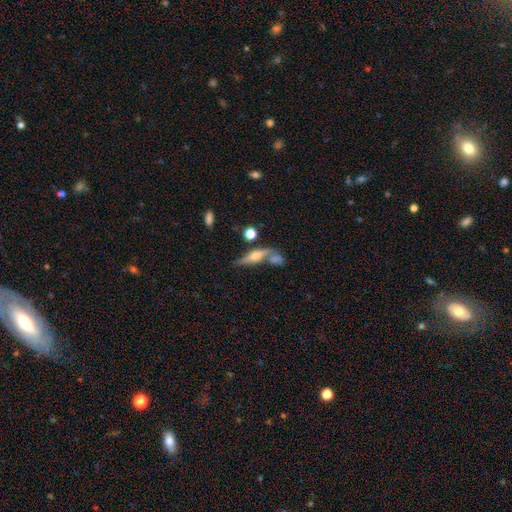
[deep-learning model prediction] This is likely a featured or disk galaxy (61%). It is clearly viewed edge-on (89%). Edge-on bulge: clearly rounded (90%). Merging: possibly none (55%).